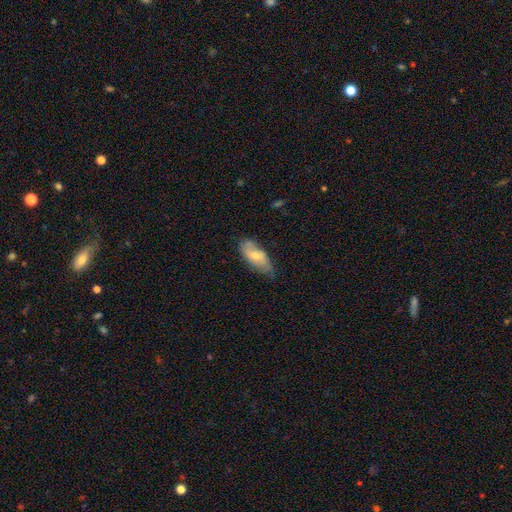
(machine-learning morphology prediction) This appears to be a smooth galaxy with no disk features (57%) that is in between round and cigar-shaped (85%). Merging: none (60%).